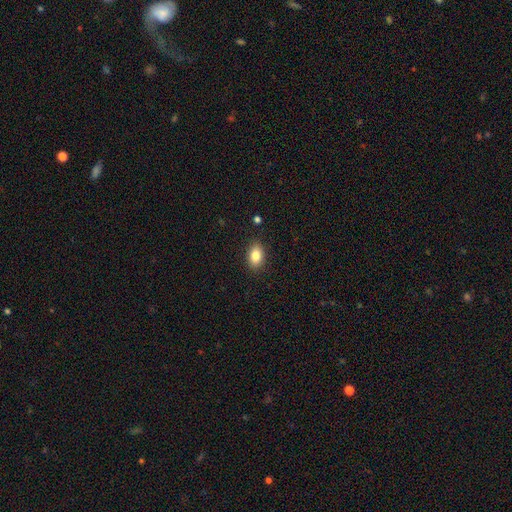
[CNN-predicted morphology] Smooth or featured? smooth (84%)
How rounded? in between (83%)
Merging? none (88%)